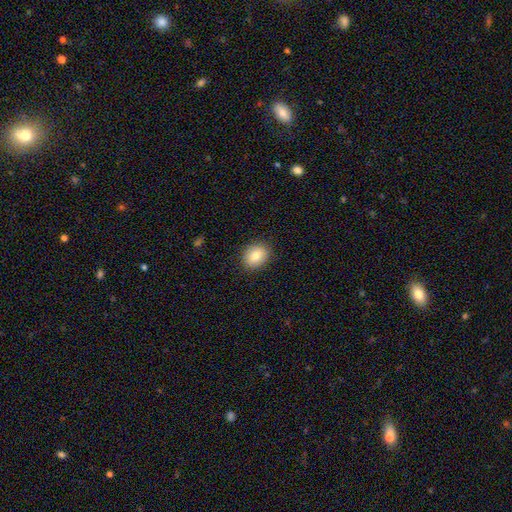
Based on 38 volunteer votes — smooth-or-featured: smooth: 82% | featured or disk: 11% | star or artifact: 8%
  how-rounded: in between: 61% | round: 39% | cigar-shaped: 0%
  merging: none: 89% | minor disturbance: 11% | major disturbance: 0% | merger: 0%